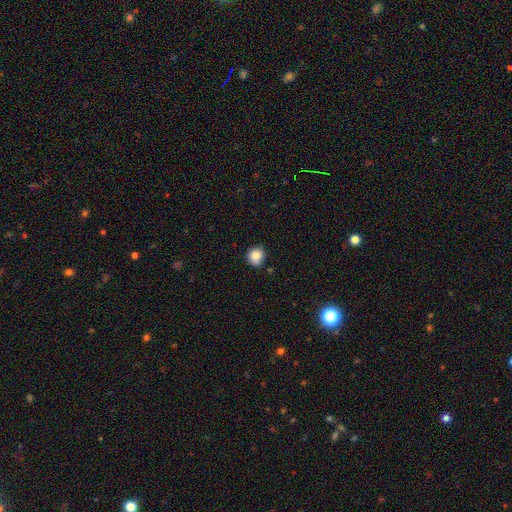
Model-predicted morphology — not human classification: The model was most divided on "merging": none: 72%, minor disturbance: 21%, major disturbance: 4%, merger: 4%. More confident: smooth or featured — smooth (85%); how rounded — round (81%).